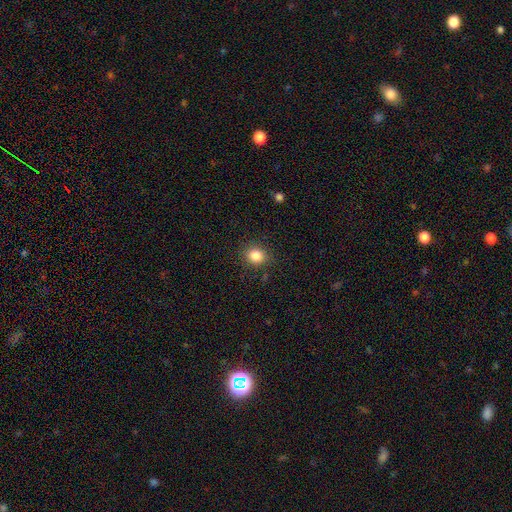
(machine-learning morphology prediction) This is clearly a smooth galaxy (84%). How rounded: likely round (69%). Merging: clearly none (86%).